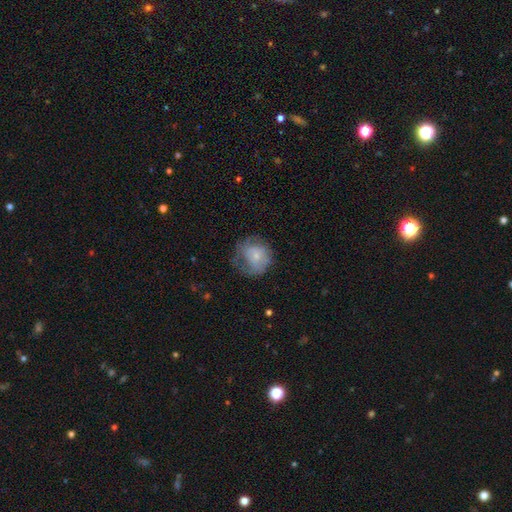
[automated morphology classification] A smooth galaxy with no disk features (58%) that is round (77%).

Vote fractions:
- Smooth or featured? smooth: 58% / featured or disk: 34% / star or artifact: 8%
- How rounded? round: 77% / in between: 22% / cigar-shaped: 1%
- Merging? none: 44% / minor disturbance: 27% / major disturbance: 27% / merger: 2%